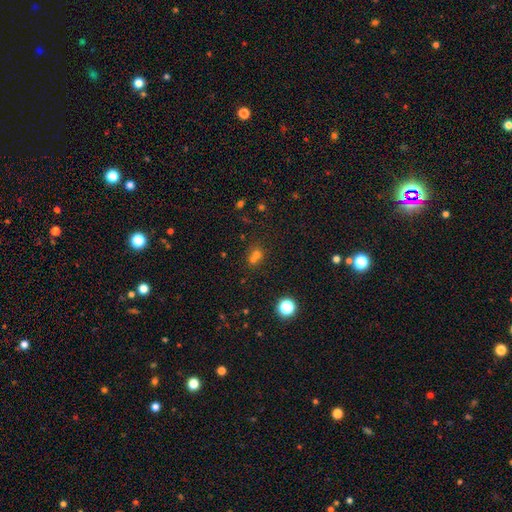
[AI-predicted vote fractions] Smooth or featured? smooth (59%)
How rounded? round (77%)
Merging? merger (47%)